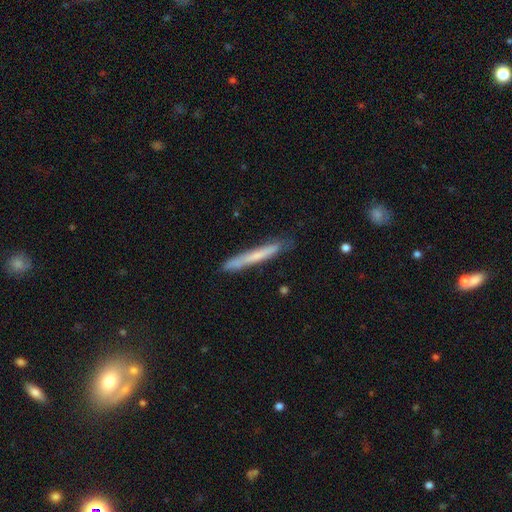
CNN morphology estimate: smooth-or-featured: smooth: 55% | featured or disk: 38% | star or artifact: 6%
  how-rounded: cigar-shaped: 96% | in between: 3% | round: 1%
  merging: none: 80% | minor disturbance: 16% | major disturbance: 2% | merger: 2%